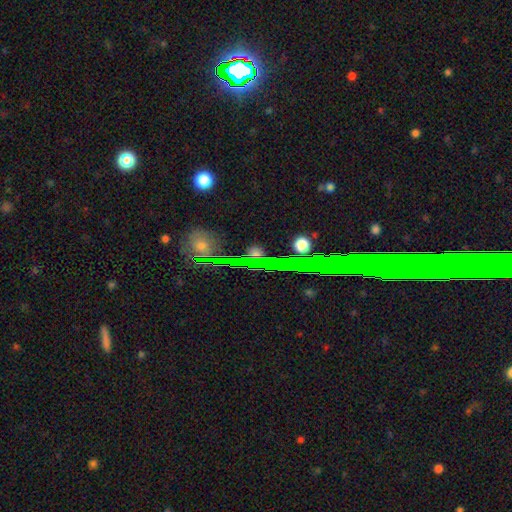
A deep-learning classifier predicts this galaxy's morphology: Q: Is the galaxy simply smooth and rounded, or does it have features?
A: star or artifact — 57%.